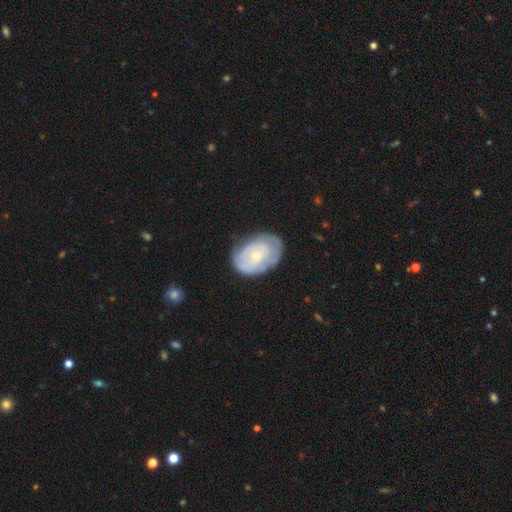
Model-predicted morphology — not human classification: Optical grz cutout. It shows a featured or disk galaxy (62%) with no bar (77%), spiral arms (64%) and a small central bulge (68%). Merging: none (63%).